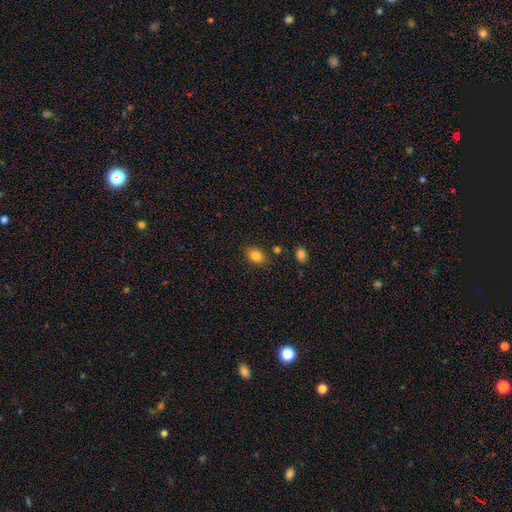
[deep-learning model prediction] smooth-or-featured: smooth: 84% | star or artifact: 10% | featured or disk: 6%
  how-rounded: in between: 65% | round: 33% | cigar-shaped: 1%
  merging: none: 81% | minor disturbance: 13% | merger: 3% | major disturbance: 3%